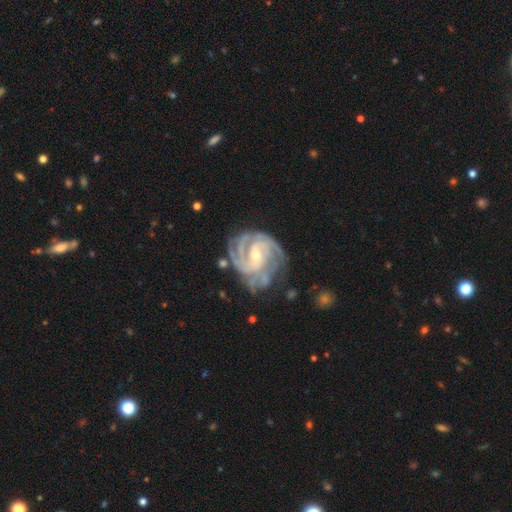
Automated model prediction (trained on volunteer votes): Overall: featured or disk (91%). Edge-on disk: no (98%). Bar: weak (46%; no 37%). Spiral arms: yes (98%). Spiral arm count: 3 (29%; 4 26%). Spiral winding: tight (65%; medium 30%). Bulge size: small (61%; moderate 36%). Merging: none (65%).